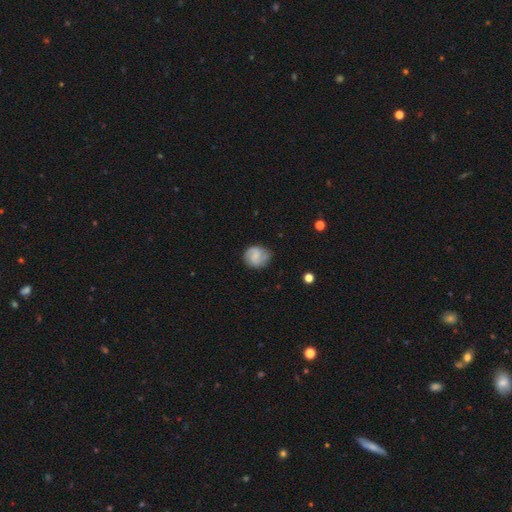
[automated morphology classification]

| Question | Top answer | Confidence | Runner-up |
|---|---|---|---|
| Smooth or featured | featured or disk | 58% | smooth (35%) |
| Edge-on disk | no | 98% | yes (2%) |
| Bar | weak | 52% | no (35%) |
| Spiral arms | yes | 91% | no (9%) |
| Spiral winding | medium | 46% | tight (31%) |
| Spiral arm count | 2 | 82% | can't tell (9%) |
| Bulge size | small | 45% | none (29%) |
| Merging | none | 77% | minor disturbance (17%) |